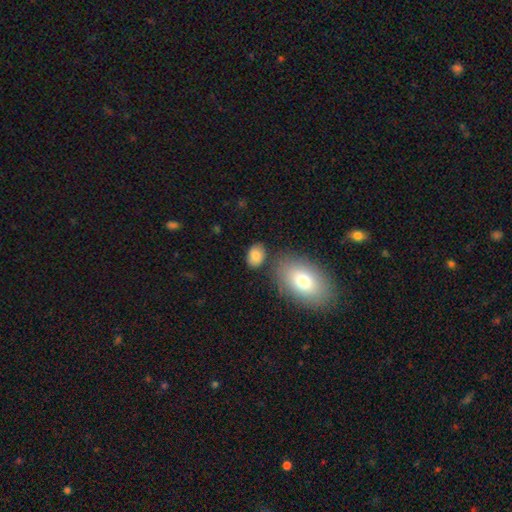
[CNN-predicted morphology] A smooth galaxy with no disk features (84%) that is in between round and cigar-shaped (77%). Merging: none (75%).